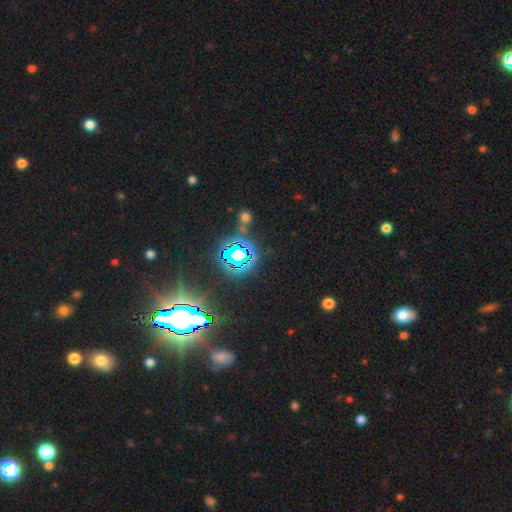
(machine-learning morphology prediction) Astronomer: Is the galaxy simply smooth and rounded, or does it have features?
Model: star or artifact — 81%.